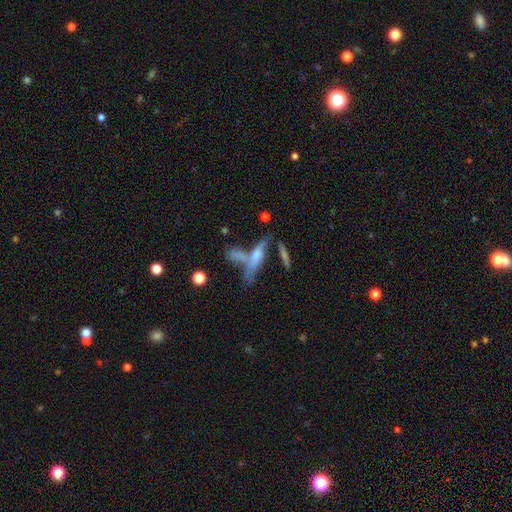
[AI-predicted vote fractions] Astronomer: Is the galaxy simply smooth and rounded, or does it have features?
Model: featured or disk — 52% (runner-up: smooth, 34%).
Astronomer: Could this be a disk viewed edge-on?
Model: yes — 80%.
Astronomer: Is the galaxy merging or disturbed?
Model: none — 45% (runner-up: merger, 35%).